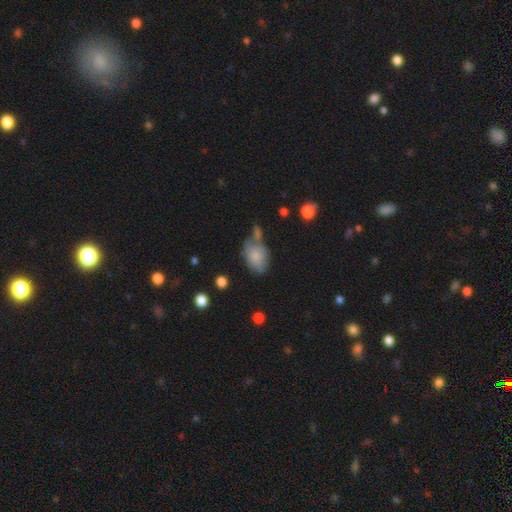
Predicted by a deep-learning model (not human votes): Smooth or featured?
  - smooth: 77% *
  - featured or disk: 15%
  - star or artifact: 8%
How rounded?
  - in between: 83% *
  - round: 15%
  - cigar-shaped: 2%
Merging?
  - none: 43% *
  - minor disturbance: 25%
  - merger: 21%
  - major disturbance: 11%